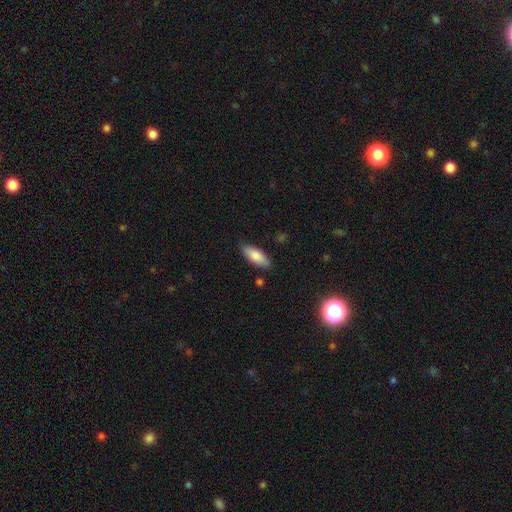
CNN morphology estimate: Overall: smooth (79%). How rounded: in between (73%). Merging: none (82%).